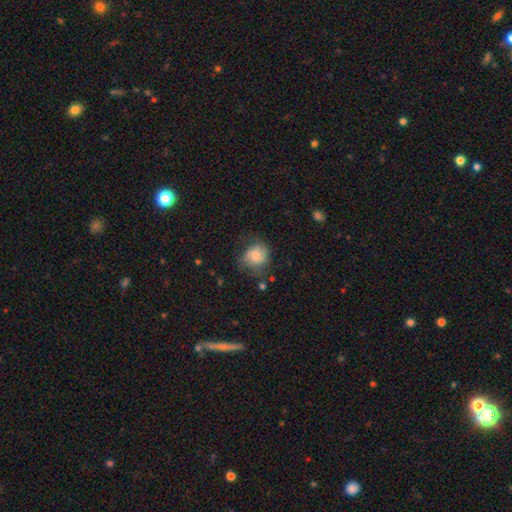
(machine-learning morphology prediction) A smooth galaxy with no disk features (61%) that is round (66%).

Vote fractions:
- Smooth or featured? smooth: 61% / featured or disk: 30% / star or artifact: 9%
- How rounded? round: 66% / in between: 33% / cigar-shaped: 1%
- Merging? none: 52% / minor disturbance: 29% / major disturbance: 16% / merger: 3%